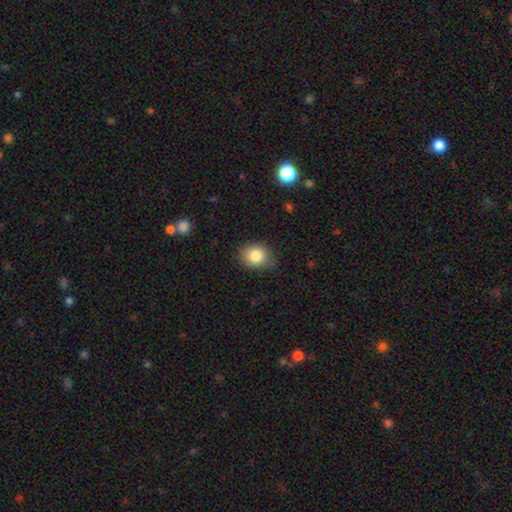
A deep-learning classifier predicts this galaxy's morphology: This appears to be a smooth galaxy with no disk features (83%) that is round (66%). Merging: none (78%).